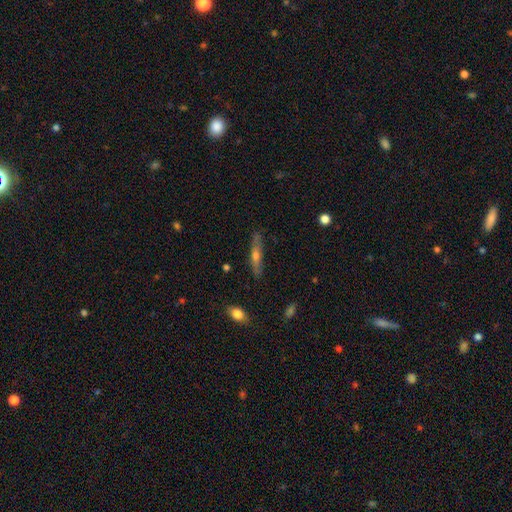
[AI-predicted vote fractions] featured or disk 54%, smooth 38%, star or artifact 8%. Down the decision tree: edge-on disk — yes (91%); merging — none (84%).